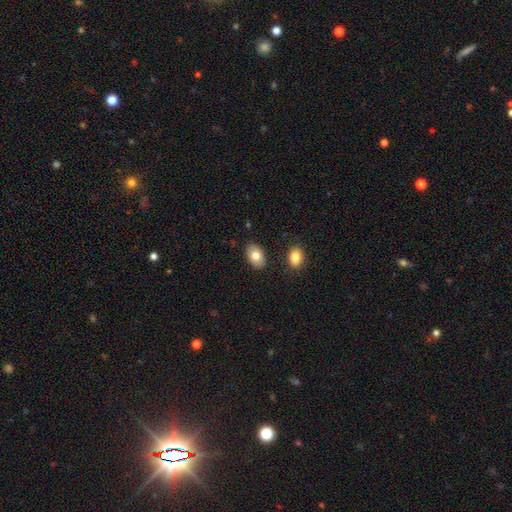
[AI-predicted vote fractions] Smooth or featured?
  - smooth: 79% *
  - featured or disk: 14%
  - star or artifact: 7%
How rounded?
  - in between: 90% *
  - round: 9%
  - cigar-shaped: 1%
Merging?
  - none: 85% *
  - minor disturbance: 10%
  - merger: 3%
  - major disturbance: 2%